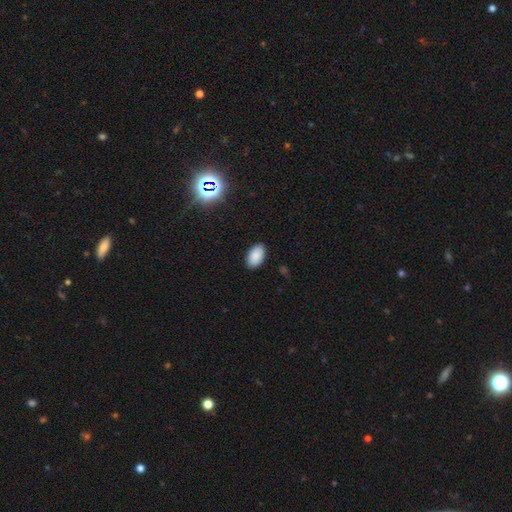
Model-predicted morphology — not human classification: smooth-or-featured: smooth: 88% | star or artifact: 8% | featured or disk: 4%
  how-rounded: in between: 95% | round: 4% | cigar-shaped: 1%
  merging: none: 88% | minor disturbance: 9% | major disturbance: 2% | merger: 1%